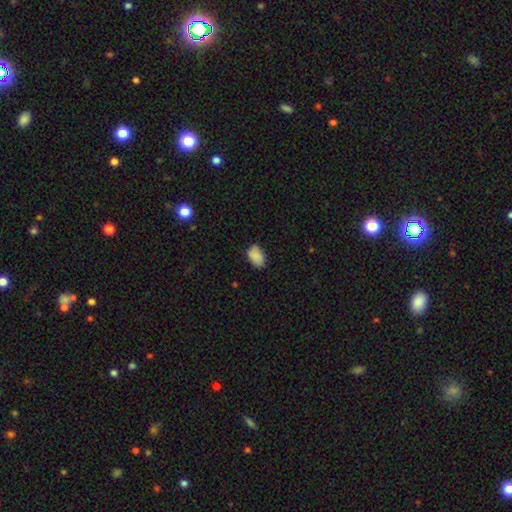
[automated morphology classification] Smooth or featured? smooth (86%)
How rounded? in between (88%)
Merging? none (68%)